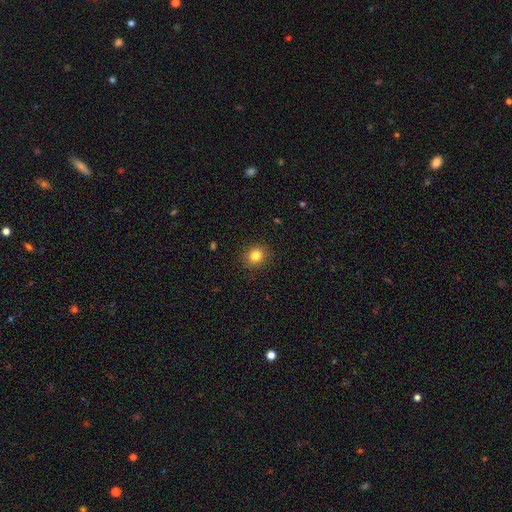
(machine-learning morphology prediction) type=smooth (82%); roundness=round (84%); merging=none (90%).